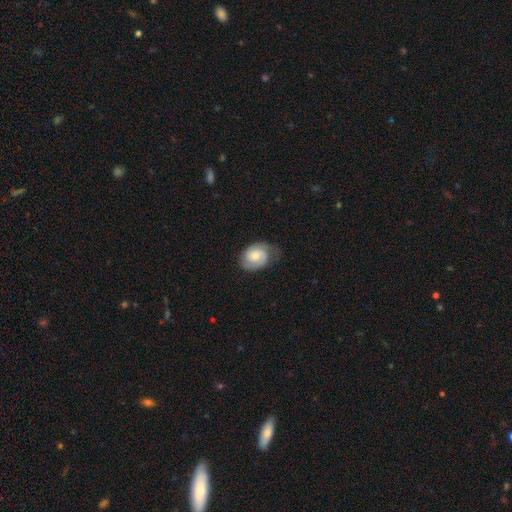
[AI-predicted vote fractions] Overall: featured or disk (58%; smooth 36%). Edge-on disk: no (97%). Bar: no (66%; weak 29%). Spiral arms: yes (91%). Spiral arm count: 2 (74%). Spiral winding: tight (44%; medium 41%). Bulge size: moderate (51%; small 33%). Merging: none (60%; minor disturbance 28%).